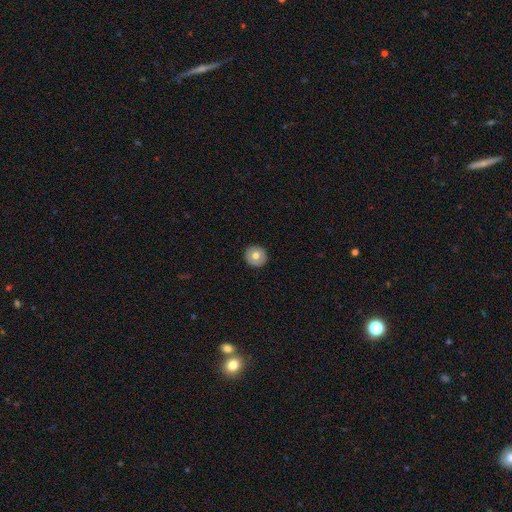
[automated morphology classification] smooth_or_featured: smooth (p=0.67) [alt: featured or disk p=0.26]
how_rounded: round (p=0.94) [alt: in between p=0.05]
merging: none (p=0.92) [alt: minor disturbance p=0.05]